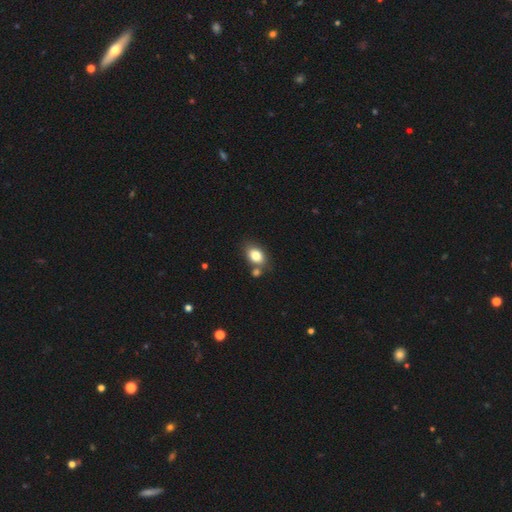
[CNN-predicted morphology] The model was most divided on "merging": none: 63%, merger: 19%, minor disturbance: 14%, major disturbance: 4%. More confident: smooth or featured — smooth (82%); how rounded — in between (79%).